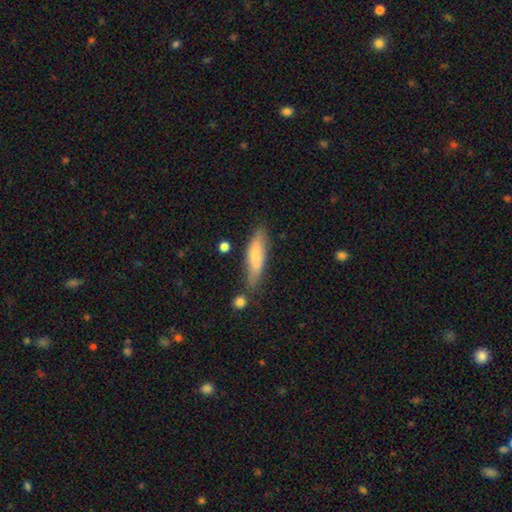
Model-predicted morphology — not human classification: This is likely a smooth galaxy (67%). How rounded: likely cigar-shaped (62%). Merging: likely none (68%).